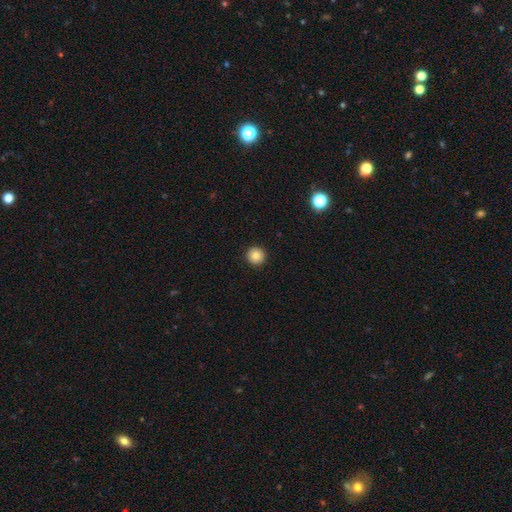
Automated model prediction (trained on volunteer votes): A smooth galaxy with no disk features (83%) that is round (96%).

Vote fractions:
- Smooth or featured? smooth: 83% / star or artifact: 10% / featured or disk: 7%
- How rounded? round: 96% / in between: 3% / cigar-shaped: 1%
- Merging? none: 93% / minor disturbance: 5% / major disturbance: 1% / merger: 1%